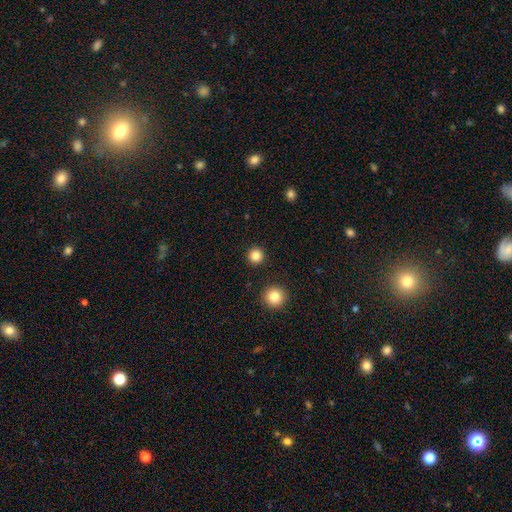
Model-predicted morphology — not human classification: Smooth or featured: smooth — 83% (star or artifact — 13%)
How rounded: round — 96% (in between — 3%)
Merging: none — 92% (minor disturbance — 5%)